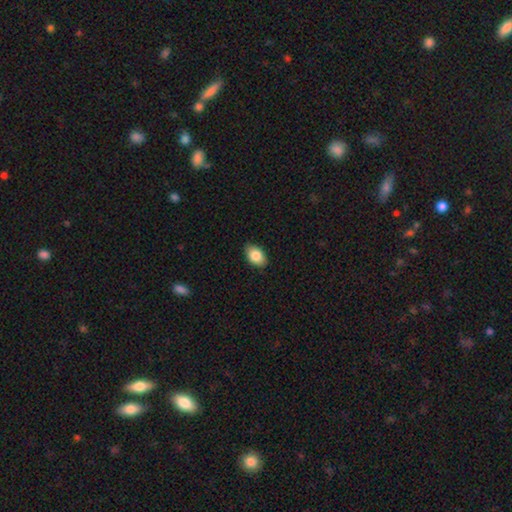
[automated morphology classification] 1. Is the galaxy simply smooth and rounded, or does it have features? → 84% smooth, 9% featured or disk, 7% star or artifact.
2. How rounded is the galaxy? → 88% in between, 10% round, 1% cigar-shaped.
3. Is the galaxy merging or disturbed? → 87% none, 11% minor disturbance, 2% major disturbance, 1% merger.